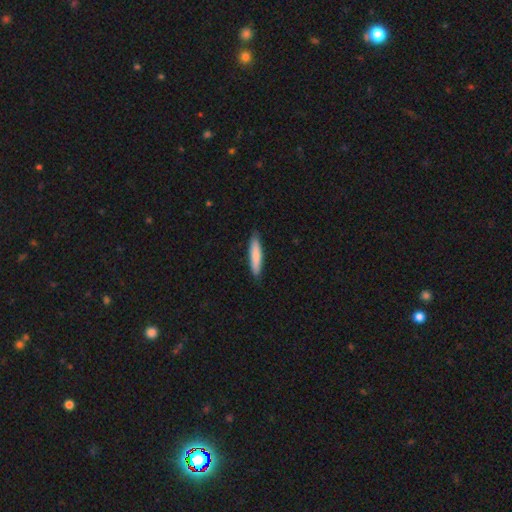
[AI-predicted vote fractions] Morphology: type=smooth (81%); roundness=cigar-shaped (85%); merging=none (88%).